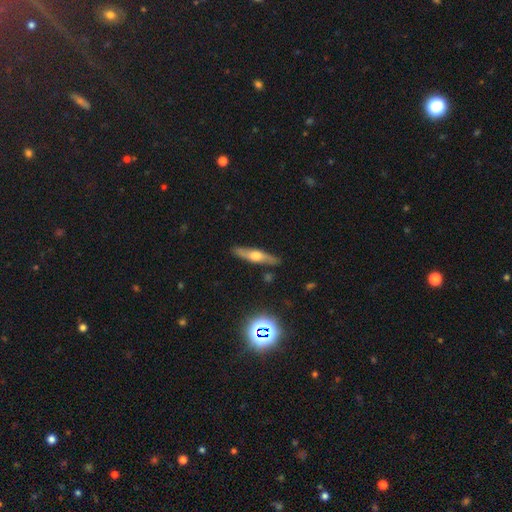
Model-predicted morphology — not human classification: type=featured or disk (58%); edge-on=yes (91%); edge-on bulge=rounded (92%); merging=none (87%).